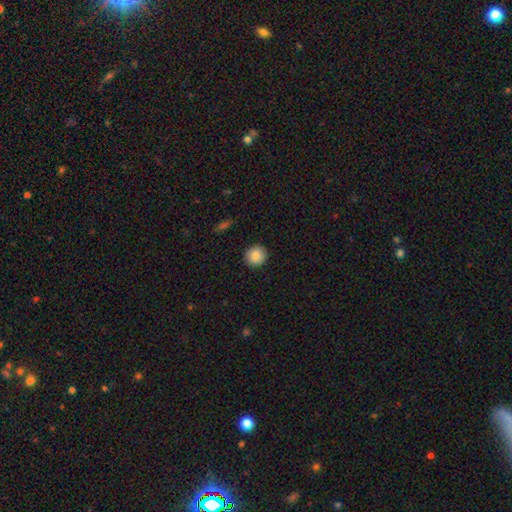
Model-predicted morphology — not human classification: Smooth or featured: smooth — 86% (star or artifact — 8%)
How rounded: round — 90% (in between — 9%)
Merging: none — 92% (minor disturbance — 6%)